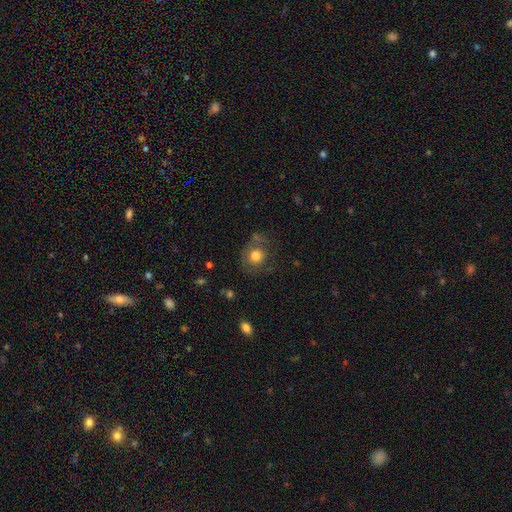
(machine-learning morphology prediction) Q: Smooth or featured?
A: smooth (72%); runner-up: featured or disk (18%)
Q: How rounded?
A: round (83%); runner-up: in between (16%)
Q: Merging?
A: none (62%); runner-up: minor disturbance (19%)